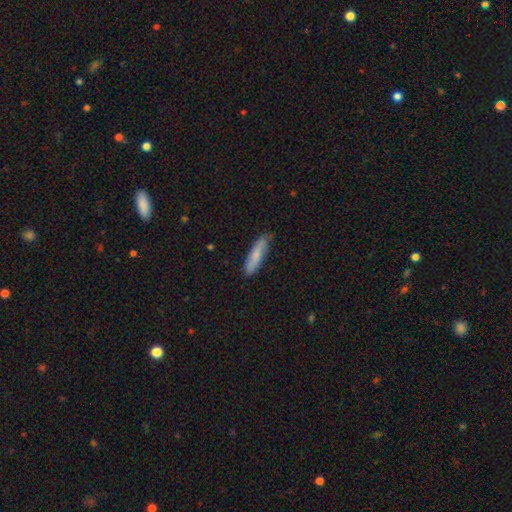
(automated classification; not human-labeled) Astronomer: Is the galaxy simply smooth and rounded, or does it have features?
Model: smooth — 76%.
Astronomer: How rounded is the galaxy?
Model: cigar-shaped — 74%.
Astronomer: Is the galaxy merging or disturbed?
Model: none — 80%.